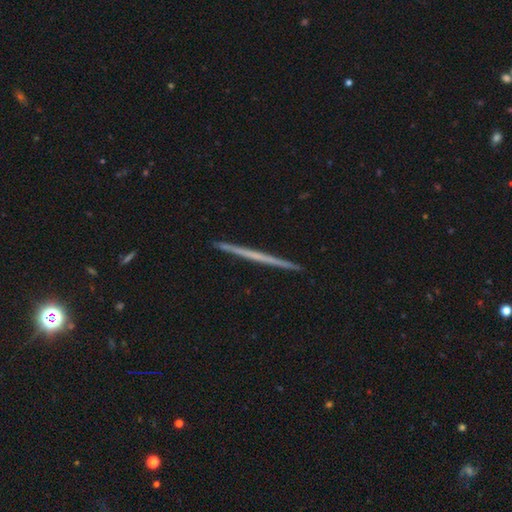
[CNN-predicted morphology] A featured or disk galaxy (64%) viewed edge-on (98%) with no central bulge (89%). Merging: none (93%).